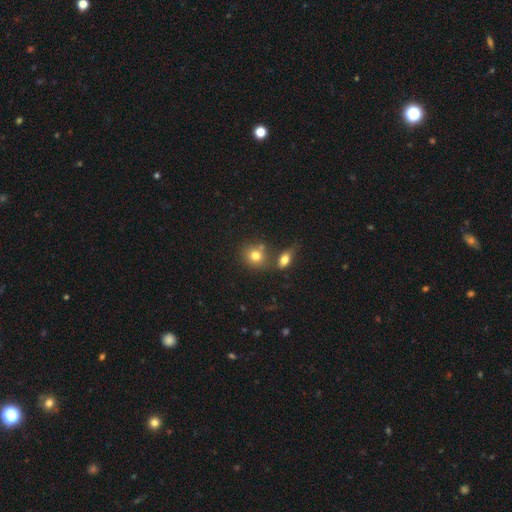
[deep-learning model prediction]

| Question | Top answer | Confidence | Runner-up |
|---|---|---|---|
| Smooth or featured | smooth | 78% | star or artifact (11%) |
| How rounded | round | 68% | in between (30%) |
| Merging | none | 56% | merger (28%) |